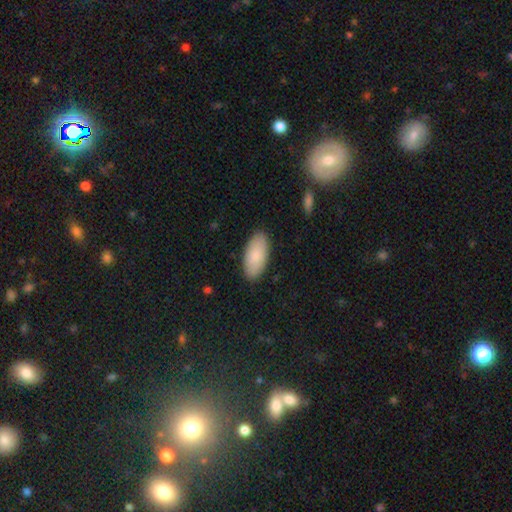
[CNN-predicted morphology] Smooth or featured?
  - smooth: 87% *
  - featured or disk: 8%
  - star or artifact: 6%
How rounded?
  - in between: 92% *
  - cigar-shaped: 6%
  - round: 2%
Merging?
  - none: 88% *
  - minor disturbance: 9%
  - major disturbance: 2%
  - merger: 1%